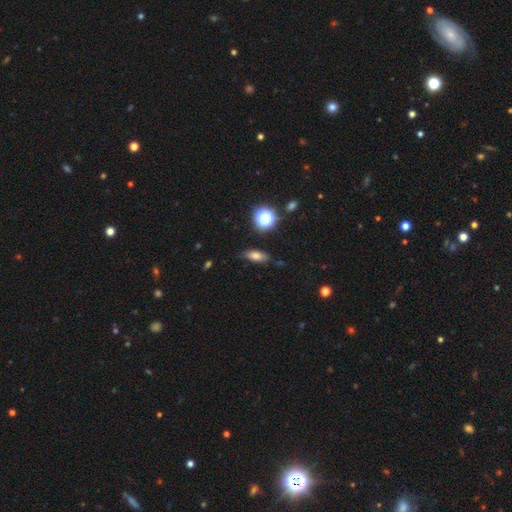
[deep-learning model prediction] smooth_or_featured: smooth (p=0.71) [alt: star or artifact p=0.14]
how_rounded: in between (p=0.69) [alt: cigar-shaped p=0.23]
merging: none (p=0.77) [alt: minor disturbance p=0.17]